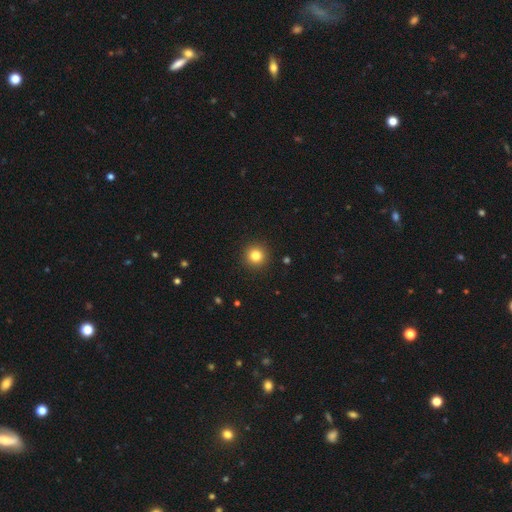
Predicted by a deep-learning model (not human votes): Morphology: type=smooth (82%); roundness=round (95%); merging=none (93%).